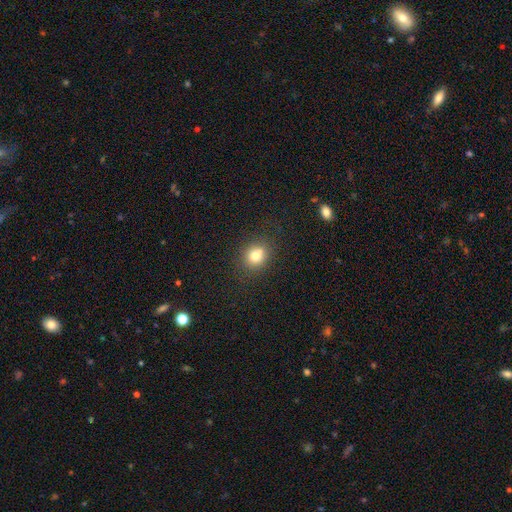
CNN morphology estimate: This appears to be a smooth galaxy with no disk features (77%) that is round (72%). Merging: none (73%).